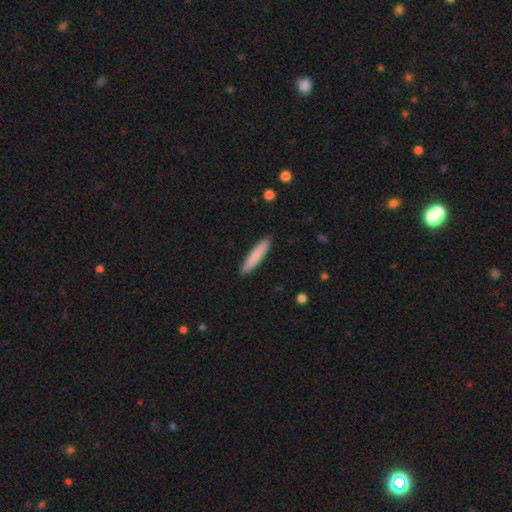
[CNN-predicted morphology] This appears to be a smooth galaxy with no disk features (82%) that is cigar-shaped (90%). Merging: none (91%).